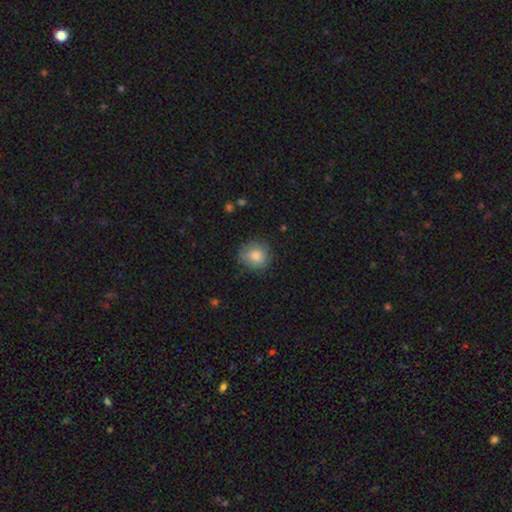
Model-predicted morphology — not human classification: smooth_or_featured: smooth (p=0.82) [alt: featured or disk p=0.10]
how_rounded: round (p=0.86) [alt: in between p=0.13]
merging: none (p=0.77) [alt: minor disturbance p=0.18]